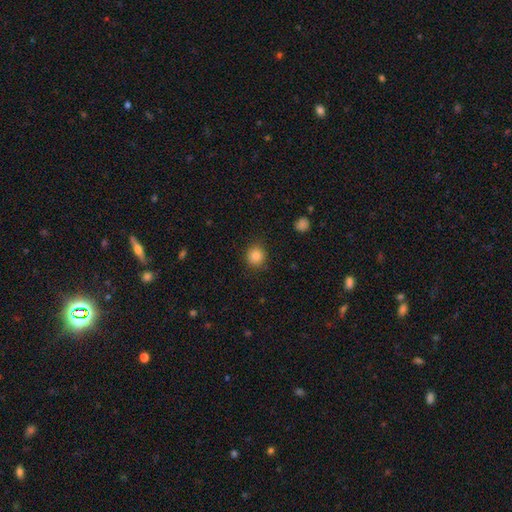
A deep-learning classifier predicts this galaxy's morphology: Overall: smooth (85%). How rounded: round (87%). Merging: none (88%).